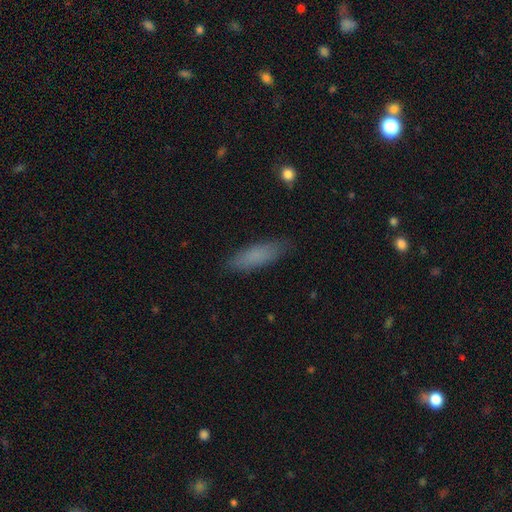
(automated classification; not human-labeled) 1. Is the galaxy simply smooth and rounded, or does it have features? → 83% smooth, 10% featured or disk, 8% star or artifact.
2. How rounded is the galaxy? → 53% cigar-shaped, 45% in between, 2% round.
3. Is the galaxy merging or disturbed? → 85% none, 12% minor disturbance, 3% major disturbance, 1% merger.